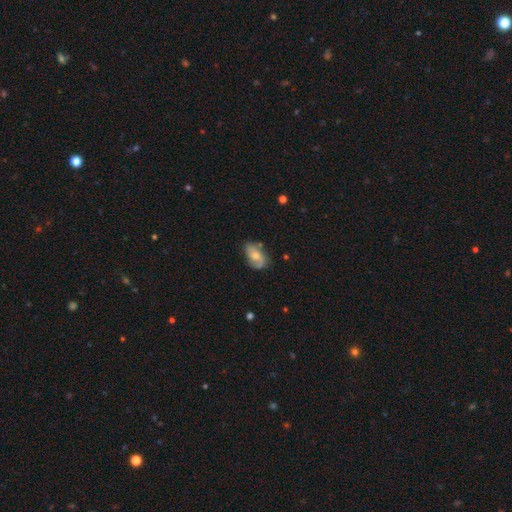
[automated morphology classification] type=smooth (46%, tied with featured or disk); merging=none (61%).